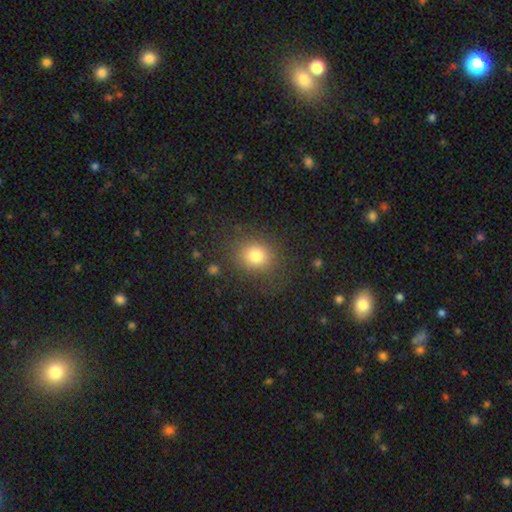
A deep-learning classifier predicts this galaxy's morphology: This is likely a smooth galaxy (80%). How rounded: likely round (66%). Merging: clearly none (80%).